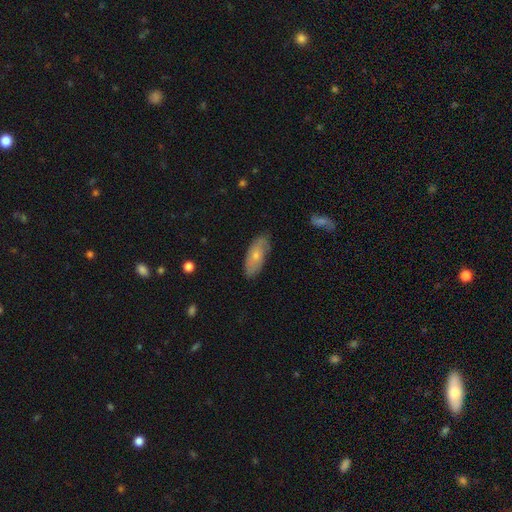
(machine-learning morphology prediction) The model was most divided on "smooth or featured": smooth: 57%, featured or disk: 37%, star or artifact: 6%. More confident: how rounded — in between (81%); merging — none (75%).